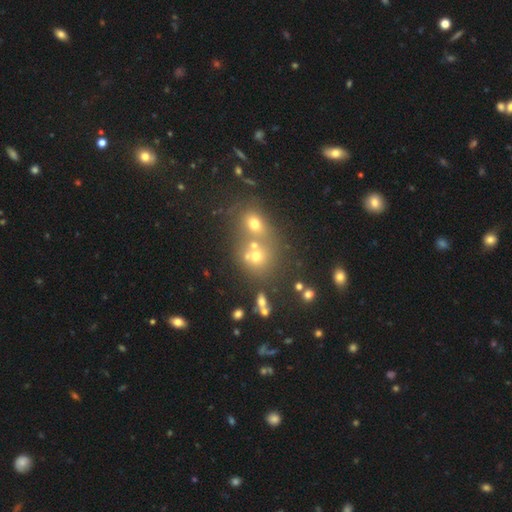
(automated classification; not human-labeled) smooth_or_featured: smooth (p=0.56) [alt: star or artifact p=0.26]
how_rounded: round (p=0.71) [alt: in between p=0.28]
merging: merger (p=0.44) [alt: none p=0.43]